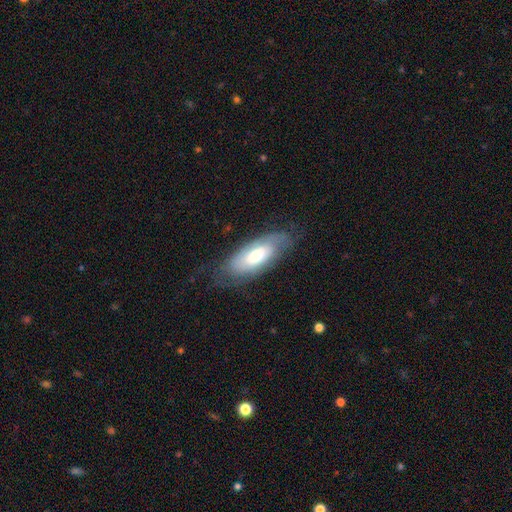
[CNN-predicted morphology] Smooth or featured: smooth — 47% (featured or disk — 46%)
Merging: none — 67% (minor disturbance — 22%)